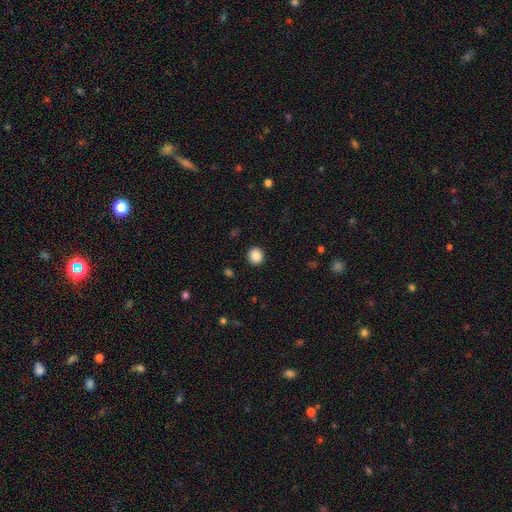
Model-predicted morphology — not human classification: Smooth or featured? Predicted: smooth (p=0.88). How rounded? Predicted: round (p=0.85). Merging? Predicted: none (p=0.91).